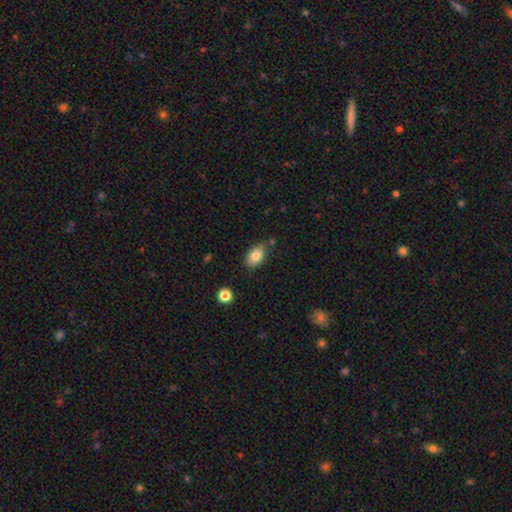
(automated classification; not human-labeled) A smooth galaxy with no disk features (82%) that is in between round and cigar-shaped (89%).

Vote fractions:
- Smooth or featured? smooth: 82% / featured or disk: 10% / star or artifact: 8%
- How rounded? in between: 89% / round: 9% / cigar-shaped: 2%
- Merging? none: 80% / minor disturbance: 14% / merger: 4% / major disturbance: 3%